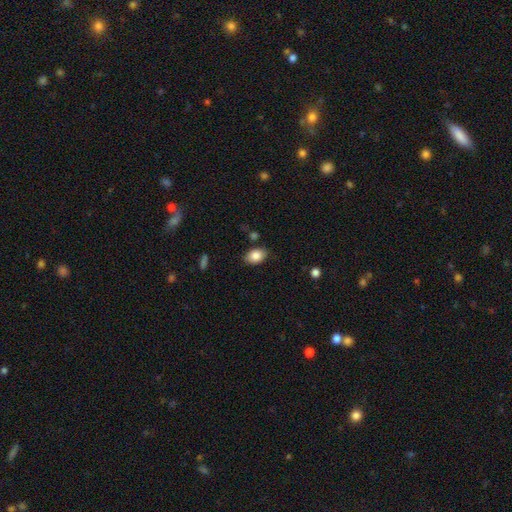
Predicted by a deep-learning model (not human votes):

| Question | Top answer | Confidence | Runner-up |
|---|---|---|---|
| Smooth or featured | smooth | 86% | star or artifact (8%) |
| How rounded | in between | 83% | round (16%) |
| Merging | none | 81% | minor disturbance (13%) |